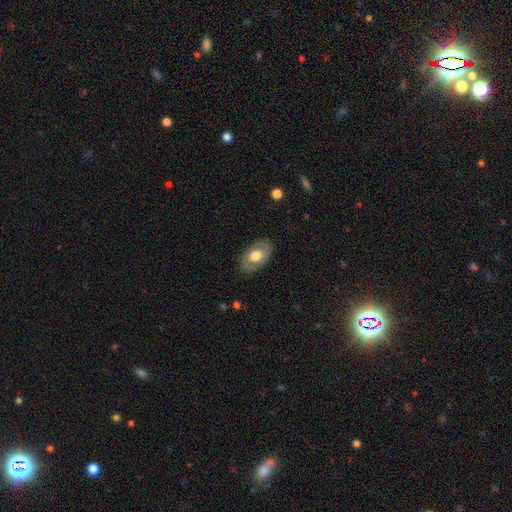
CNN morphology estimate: smooth 58%, featured or disk 36%, star or artifact 6%. Down the decision tree: how rounded — in between (91%); merging — none (83%).